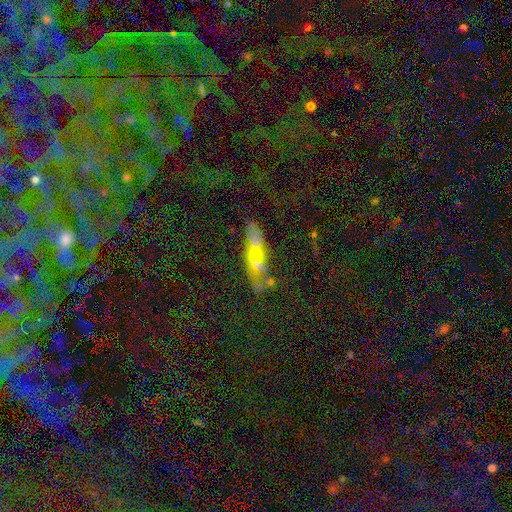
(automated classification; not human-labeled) Morphology: type=smooth (40%); merging=none (41%).